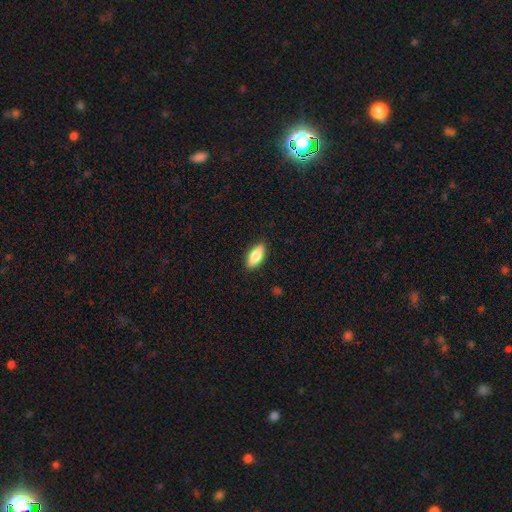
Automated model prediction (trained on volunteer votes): Smooth or featured?
  - smooth: 78% *
  - featured or disk: 15%
  - star or artifact: 6%
How rounded?
  - in between: 80% *
  - cigar-shaped: 17%
  - round: 3%
Merging?
  - none: 88% *
  - minor disturbance: 9%
  - major disturbance: 2%
  - merger: 1%